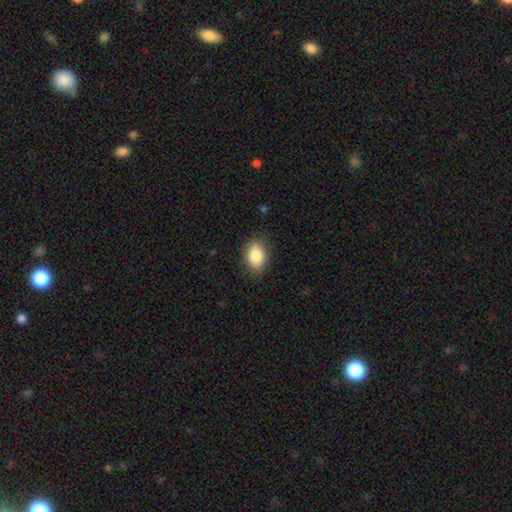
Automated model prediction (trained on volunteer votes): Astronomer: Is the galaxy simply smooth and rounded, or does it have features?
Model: smooth — 87%.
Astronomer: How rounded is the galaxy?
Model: in between — 83%.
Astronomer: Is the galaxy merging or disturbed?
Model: none — 84%.